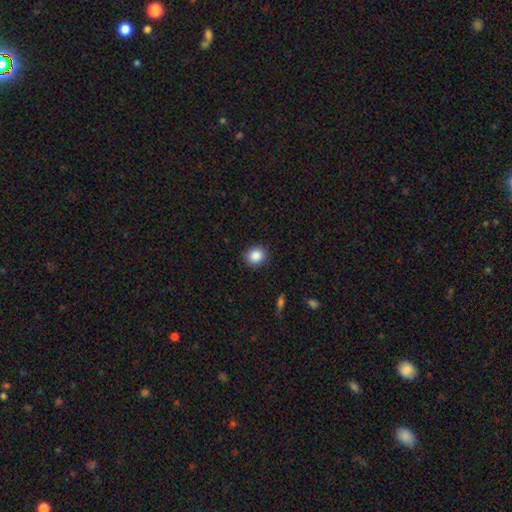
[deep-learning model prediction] Smooth or featured?
  - smooth: 88% *
  - star or artifact: 9%
  - featured or disk: 3%
How rounded?
  - round: 72% *
  - in between: 27%
  - cigar-shaped: 1%
Merging?
  - none: 90% *
  - minor disturbance: 7%
  - major disturbance: 2%
  - merger: 1%